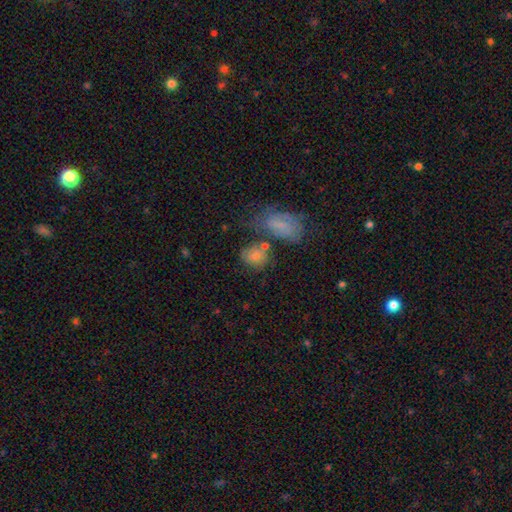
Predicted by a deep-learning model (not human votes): Smooth or featured?
  - smooth: 68% *
  - featured or disk: 21%
  - star or artifact: 11%
How rounded?
  - round: 63% *
  - in between: 35%
  - cigar-shaped: 2%
Merging?
  - none: 51% *
  - merger: 22%
  - minor disturbance: 17%
  - major disturbance: 10%